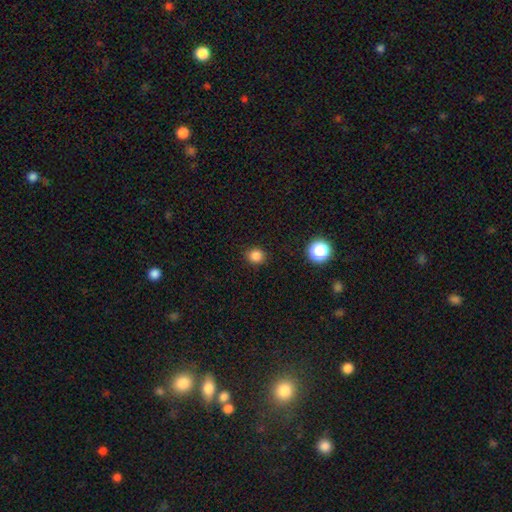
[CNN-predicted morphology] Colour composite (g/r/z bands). It shows a smooth galaxy with no disk features (84%) that is round (85%). Merging: none (89%).